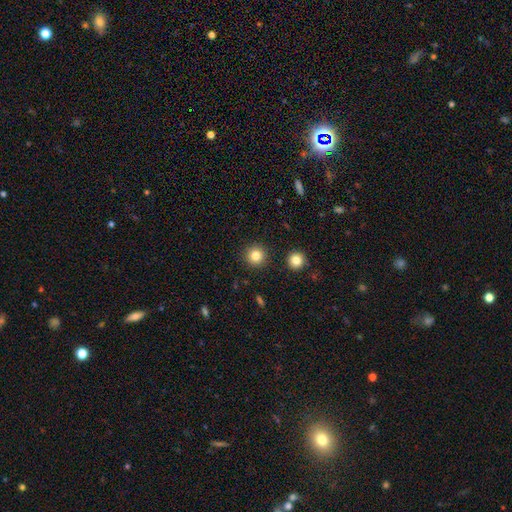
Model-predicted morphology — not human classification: type=smooth (83%); roundness=round (95%); merging=none (90%).